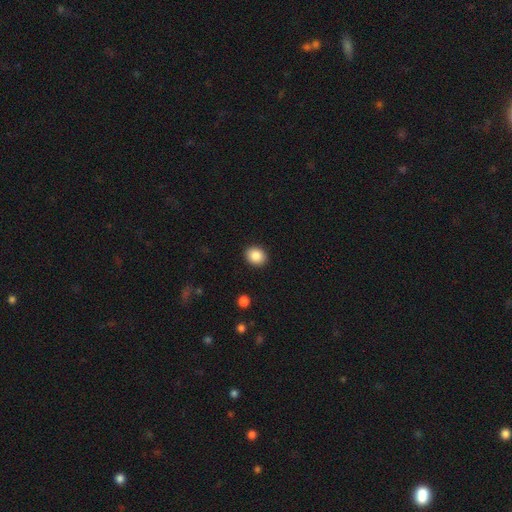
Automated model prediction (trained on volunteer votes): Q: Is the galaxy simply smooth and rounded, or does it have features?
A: smooth — 87%.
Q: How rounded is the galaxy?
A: round — 63%.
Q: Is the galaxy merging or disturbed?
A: none — 91%.